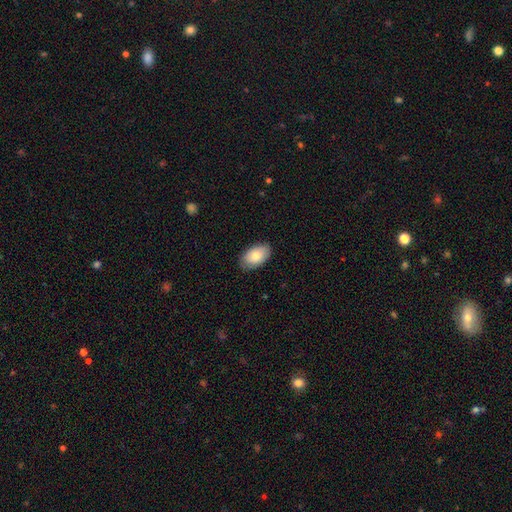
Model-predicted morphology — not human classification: Smooth or featured: smooth — 80% (featured or disk — 14%)
How rounded: in between — 93% (round — 6%)
Merging: none — 83% (minor disturbance — 14%)